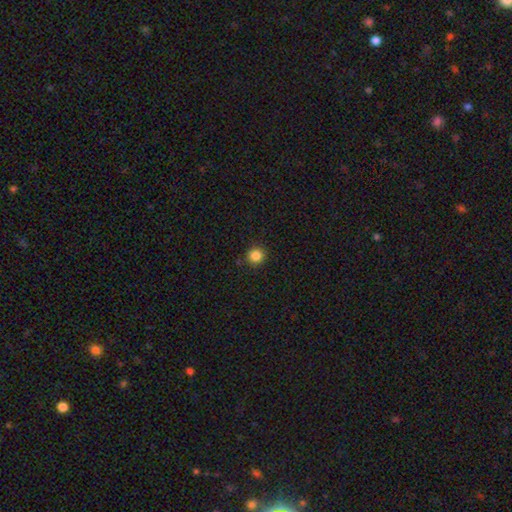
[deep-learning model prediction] Q: Smooth or featured?
A: smooth (85%); runner-up: star or artifact (11%)
Q: How rounded?
A: round (93%); runner-up: in between (6%)
Q: Merging?
A: none (89%); runner-up: minor disturbance (7%)